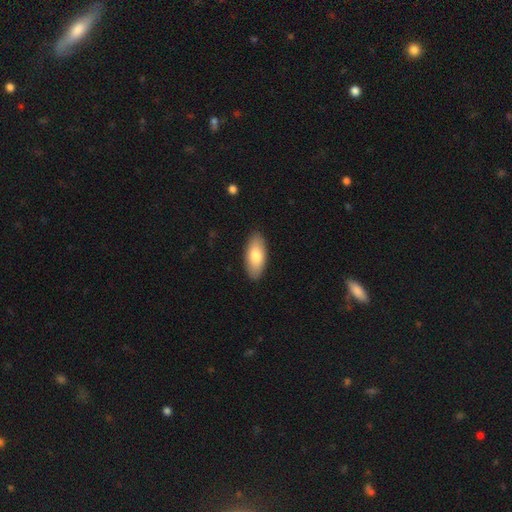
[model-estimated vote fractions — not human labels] Morphology: type=smooth (79%); roundness=in between (88%); merging=none (89%).